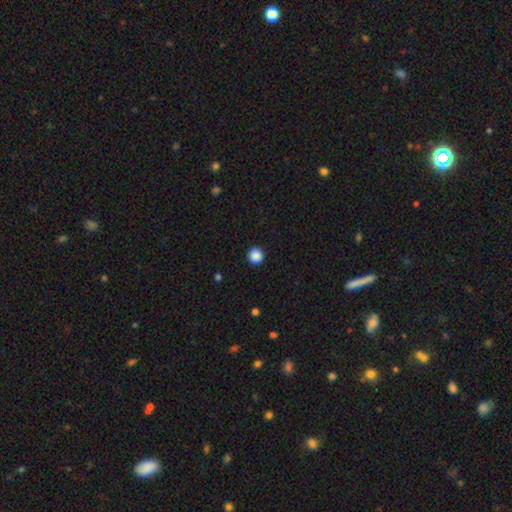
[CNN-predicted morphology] Q: Smooth or featured?
A: smooth (88%); runner-up: star or artifact (10%)
Q: How rounded?
A: round (96%); runner-up: in between (3%)
Q: Merging?
A: none (93%); runner-up: minor disturbance (4%)